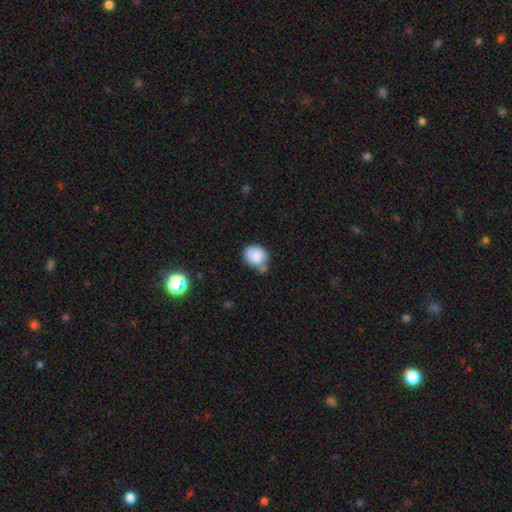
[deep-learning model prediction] Q: Smooth or featured?
A: smooth (84%); runner-up: star or artifact (9%)
Q: How rounded?
A: round (54%); runner-up: in between (45%)
Q: Merging?
A: none (43%); runner-up: minor disturbance (30%)